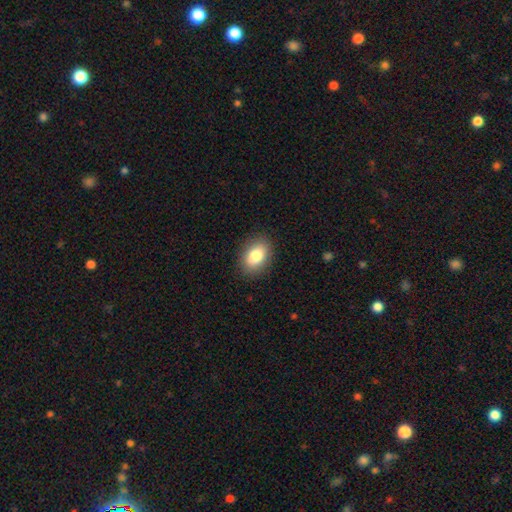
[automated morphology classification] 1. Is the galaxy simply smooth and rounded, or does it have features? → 83% smooth, 9% featured or disk, 8% star or artifact.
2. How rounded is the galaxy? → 82% in between, 16% round, 1% cigar-shaped.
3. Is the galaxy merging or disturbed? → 88% none, 9% minor disturbance, 2% major disturbance, 1% merger.